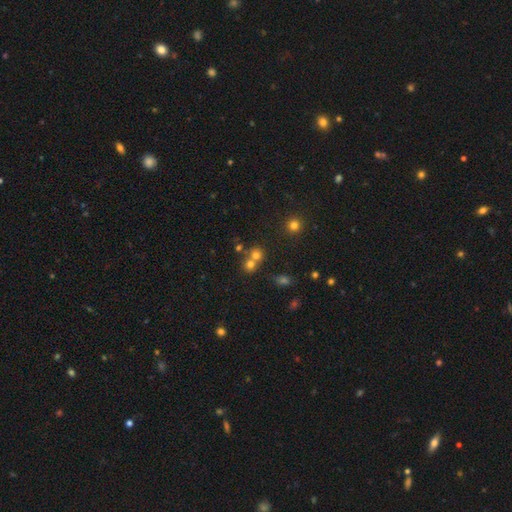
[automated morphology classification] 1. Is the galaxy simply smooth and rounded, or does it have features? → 68% smooth, 19% star or artifact, 12% featured or disk.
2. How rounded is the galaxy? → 83% round, 16% in between, 1% cigar-shaped.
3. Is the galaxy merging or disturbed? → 47% merger, 45% none, 6% minor disturbance, 3% major disturbance.